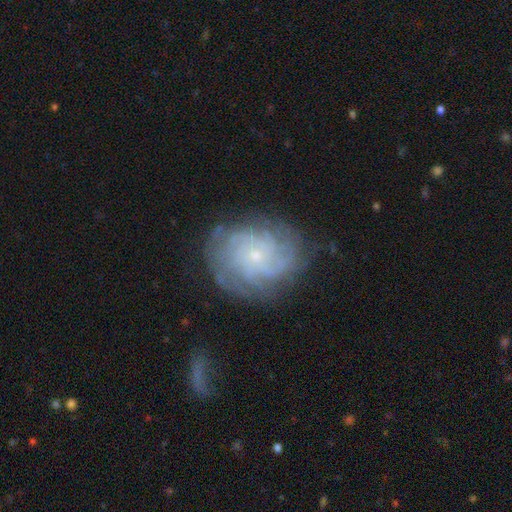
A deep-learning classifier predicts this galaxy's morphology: Smooth or featured?
  - featured or disk: 80% *
  - smooth: 12%
  - star or artifact: 8%
Edge-on disk?
  - no: 97% *
  - yes: 3%
Bar?
  - no: 81% *
  - weak: 16%
  - strong: 3%
Spiral arms?
  - yes: 95% *
  - no: 5%
Spiral winding?
  - tight: 70% *
  - medium: 23%
  - loose: 6%
Spiral arm count?
  - can't tell: 33% *
  - 4: 23%
  - more than 4: 16%
  - 3: 12%
  - 2: 9%
  - 1: 7%
Bulge size?
  - small: 83% *
  - moderate: 12%
  - none: 2%
  - large: 1%
  - dominant: 1%
Merging?
  - none: 77% *
  - minor disturbance: 15%
  - major disturbance: 6%
  - merger: 2%